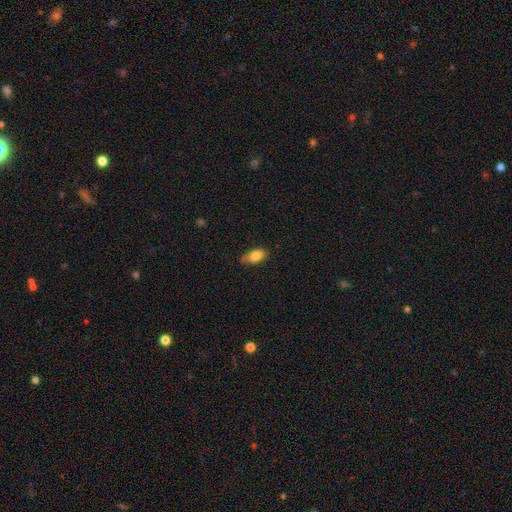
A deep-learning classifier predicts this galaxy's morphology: Smooth or featured? Predicted: smooth (p=0.83). How rounded? Predicted: in between (p=0.90). Merging? Predicted: none (p=0.70).